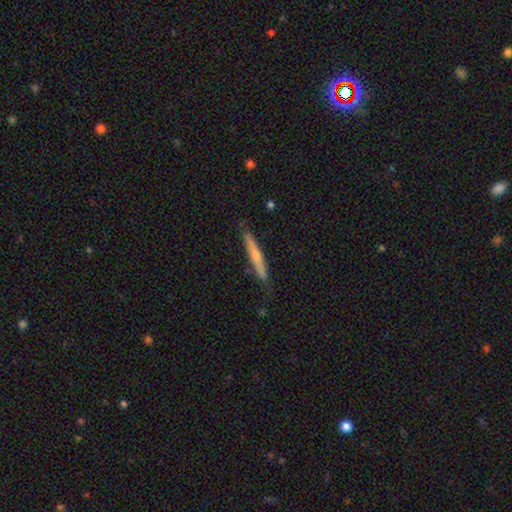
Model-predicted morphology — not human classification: The model was most divided on "smooth or featured": smooth: 56%, featured or disk: 39%, star or artifact: 6%. More confident: how rounded — cigar-shaped (95%); merging — none (79%).